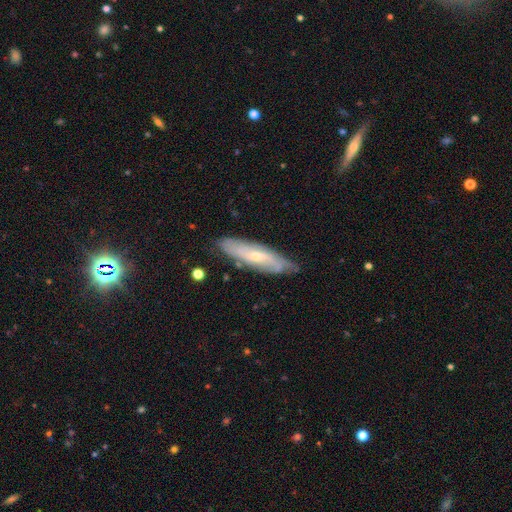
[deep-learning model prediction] The model was most divided on "edge-on disk": no: 66%, yes: 34%. More confident: merging — none (78%); smooth or featured — featured or disk (67%).